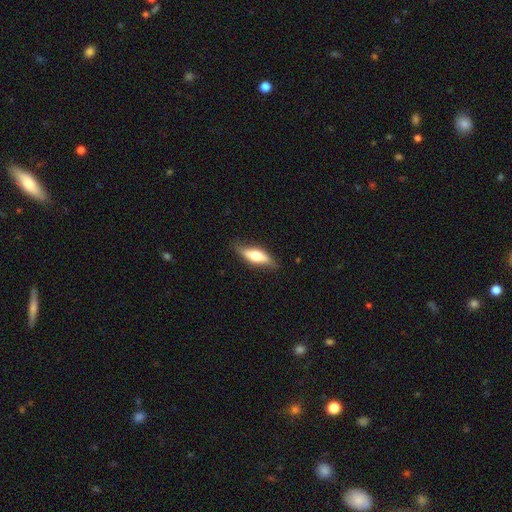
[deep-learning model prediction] A smooth galaxy with no disk features (56%) that is in between round and cigar-shaped (56%). Merging: none (76%).